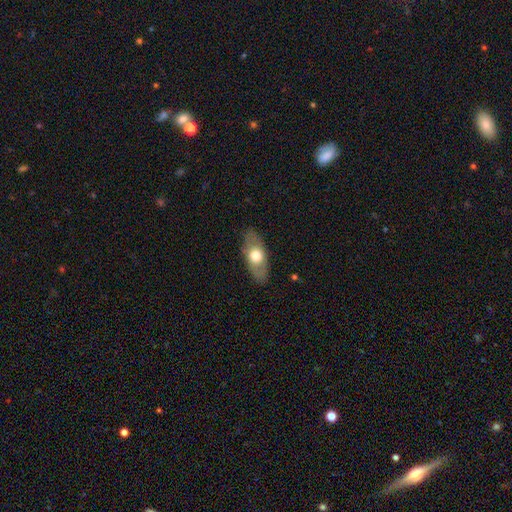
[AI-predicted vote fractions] smooth-or-featured: smooth: 59% | featured or disk: 35% | star or artifact: 6%
  how-rounded: in between: 84% | cigar-shaped: 10% | round: 6%
  merging: none: 83% | minor disturbance: 12% | major disturbance: 3% | merger: 1%